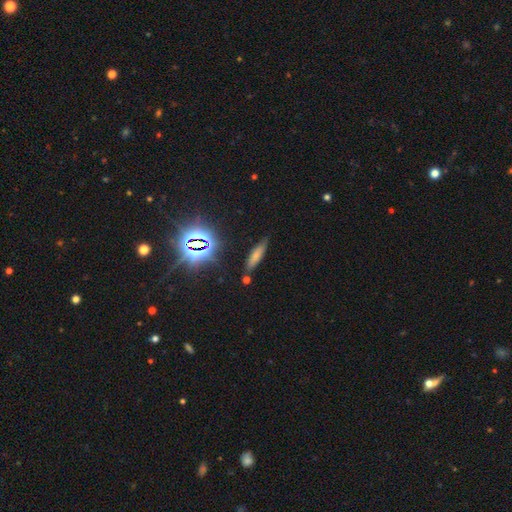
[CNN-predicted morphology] Q: Smooth or featured?
A: smooth (62%); runner-up: star or artifact (21%)
Q: How rounded?
A: cigar-shaped (68%); runner-up: in between (29%)
Q: Merging?
A: none (77%); runner-up: minor disturbance (15%)